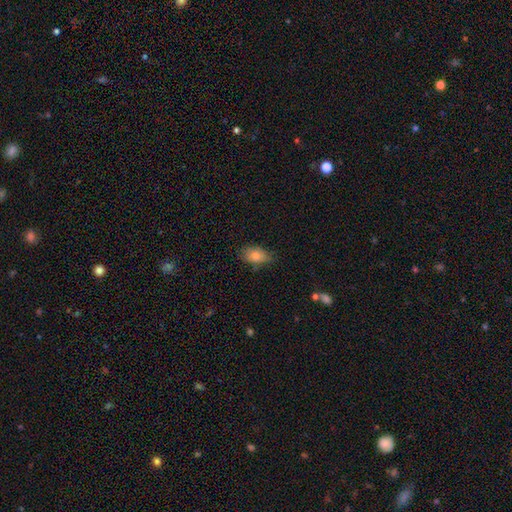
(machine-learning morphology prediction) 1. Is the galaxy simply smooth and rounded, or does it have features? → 81% smooth, 11% featured or disk, 8% star or artifact.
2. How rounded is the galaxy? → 87% in between, 11% round, 3% cigar-shaped.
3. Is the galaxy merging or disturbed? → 73% none, 21% minor disturbance, 4% major disturbance, 2% merger.